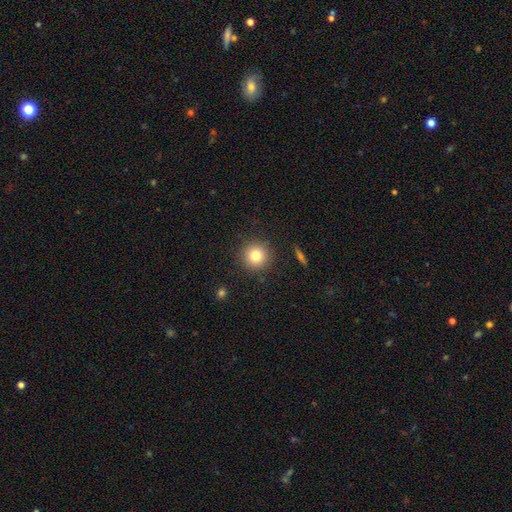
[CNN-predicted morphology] Overall: smooth (80%). How rounded: round (95%). Merging: none (90%).